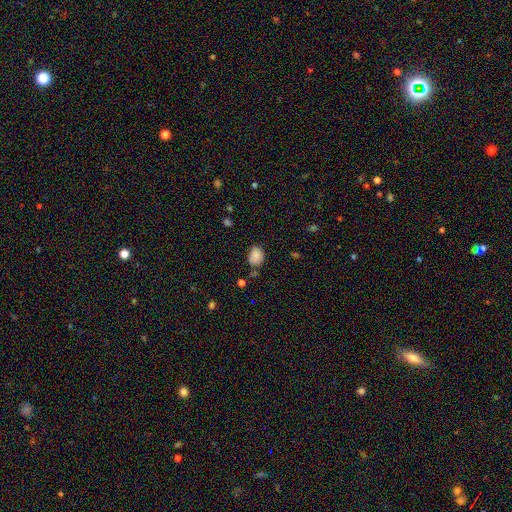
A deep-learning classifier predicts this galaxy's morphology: Smooth or featured?
  - smooth: 84% *
  - star or artifact: 9%
  - featured or disk: 6%
How rounded?
  - in between: 57% *
  - round: 42%
  - cigar-shaped: 1%
Merging?
  - none: 65% *
  - minor disturbance: 25%
  - merger: 5%
  - major disturbance: 5%